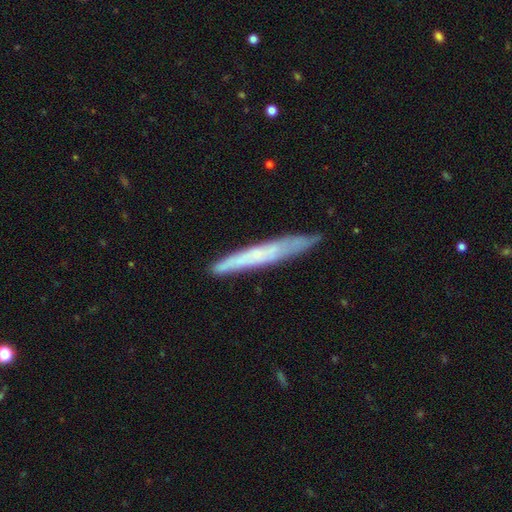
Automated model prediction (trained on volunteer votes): Q: Smooth or featured?
A: featured or disk (54%); runner-up: smooth (39%)
Q: Edge-on disk?
A: yes (83%); runner-up: no (17%)
Q: Merging?
A: none (83%); runner-up: minor disturbance (13%)